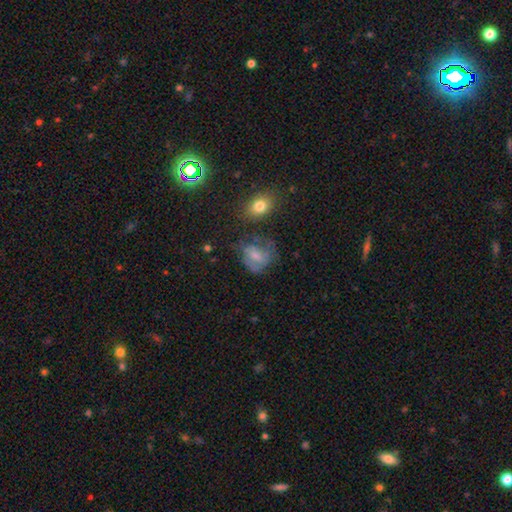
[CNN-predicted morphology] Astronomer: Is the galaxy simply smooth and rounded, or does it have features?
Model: smooth — 47% (runner-up: featured or disk, 41%).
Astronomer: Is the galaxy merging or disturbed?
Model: none — 41% (runner-up: major disturbance, 27%).